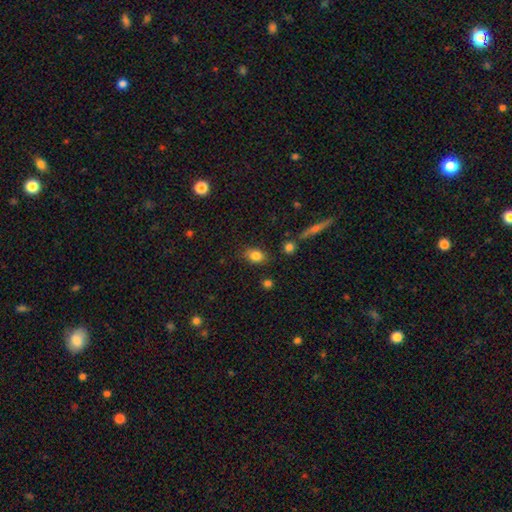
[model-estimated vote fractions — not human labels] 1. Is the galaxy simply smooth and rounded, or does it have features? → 82% smooth, 10% star or artifact, 8% featured or disk.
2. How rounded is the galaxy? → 72% in between, 26% round, 2% cigar-shaped.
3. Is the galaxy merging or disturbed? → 81% none, 12% minor disturbance, 4% merger, 3% major disturbance.